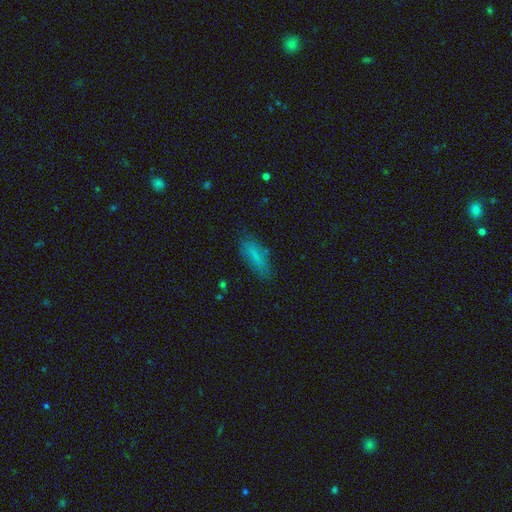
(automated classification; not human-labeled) Smooth or featured? Predicted: smooth (p=0.76). How rounded? Predicted: in between (p=0.58). Merging? Predicted: none (p=0.78).